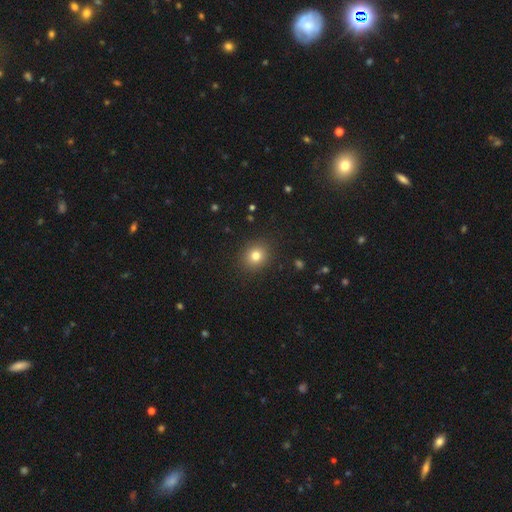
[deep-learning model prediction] Smooth or featured? Predicted: smooth (p=0.79). How rounded? Predicted: round (p=0.78). Merging? Predicted: none (p=0.90).